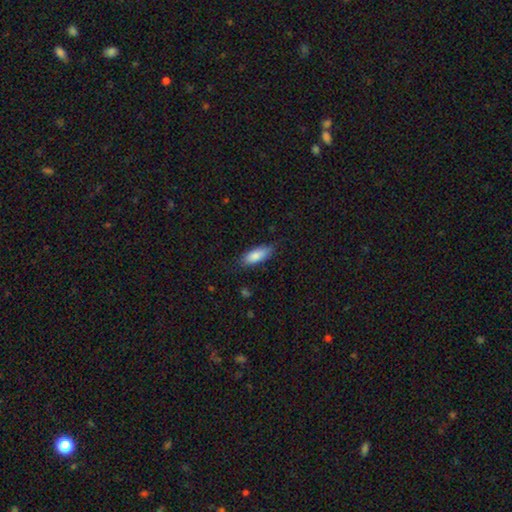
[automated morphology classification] smooth_or_featured: smooth (p=0.83) [alt: featured or disk p=0.10]
how_rounded: in between (p=0.73) [alt: cigar-shaped p=0.25]
merging: none (p=0.77) [alt: minor disturbance p=0.18]